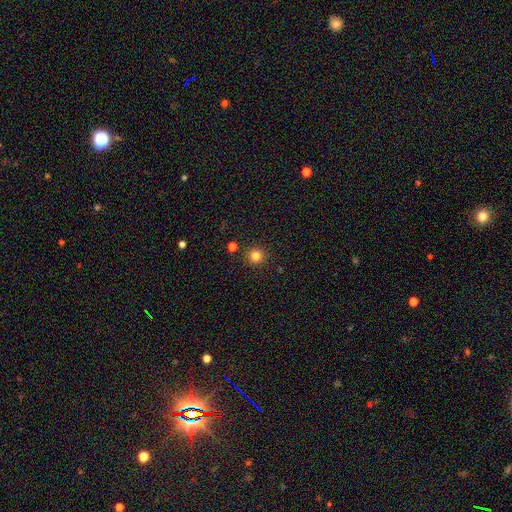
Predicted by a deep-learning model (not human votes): Smooth or featured?
  - smooth: 81% *
  - star or artifact: 14%
  - featured or disk: 5%
How rounded?
  - round: 95% *
  - in between: 4%
  - cigar-shaped: 1%
Merging?
  - none: 90% *
  - minor disturbance: 5%
  - merger: 3%
  - major disturbance: 2%